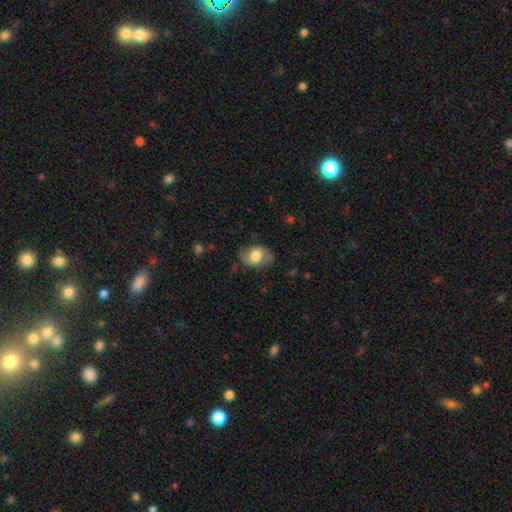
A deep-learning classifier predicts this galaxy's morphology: Smooth or featured: smooth — 62% (featured or disk — 31%)
How rounded: in between — 75% (round — 24%)
Merging: none — 74% (minor disturbance — 19%)